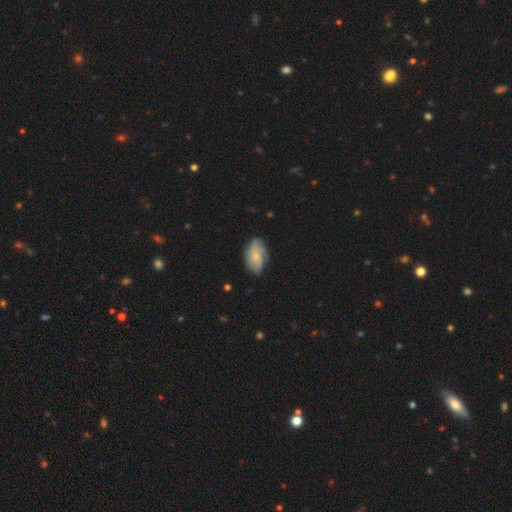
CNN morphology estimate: type=featured or disk (47%); merging=none (67%).